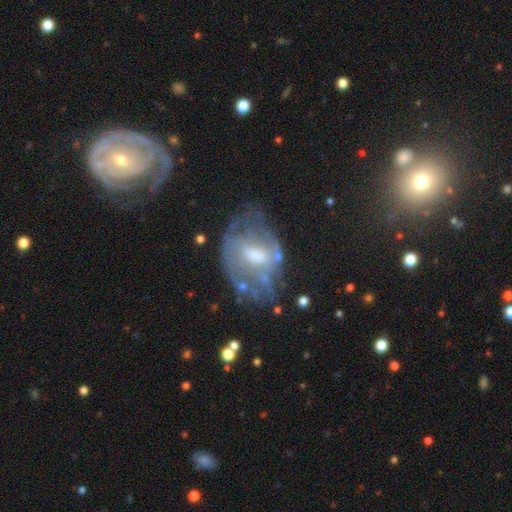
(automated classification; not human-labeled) Smooth or featured? Predicted: featured or disk (p=0.64). Edge-on disk? Predicted: no (p=0.95). Bar? Predicted: no (p=0.46). Spiral arms? Predicted: no (p=0.52). Bulge size? Predicted: moderate (p=0.55). Merging? Predicted: none (p=0.47).